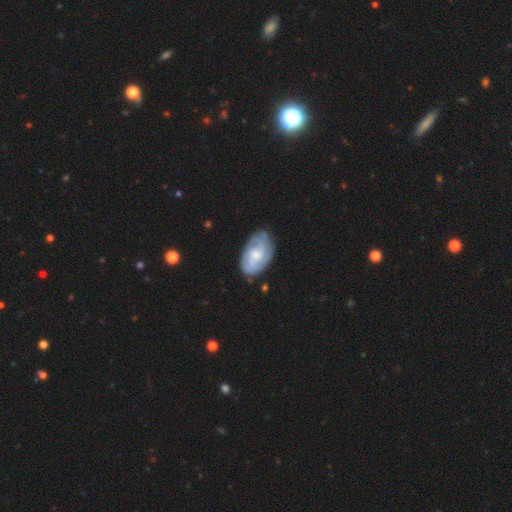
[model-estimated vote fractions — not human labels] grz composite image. It shows a featured or disk galaxy (62%) with no bar (57%), tight (49%) spiral arms (85%) and a moderate central bulge (43%). Merging: none (72%).